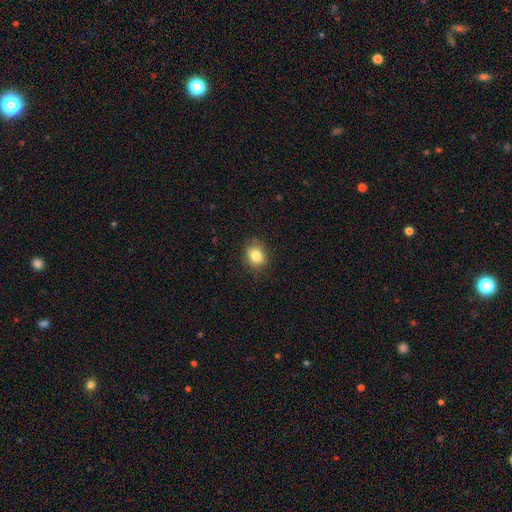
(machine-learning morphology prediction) smooth 83%, star or artifact 10%, featured or disk 7%. Down the decision tree: how rounded — round (58%); merging — none (84%).